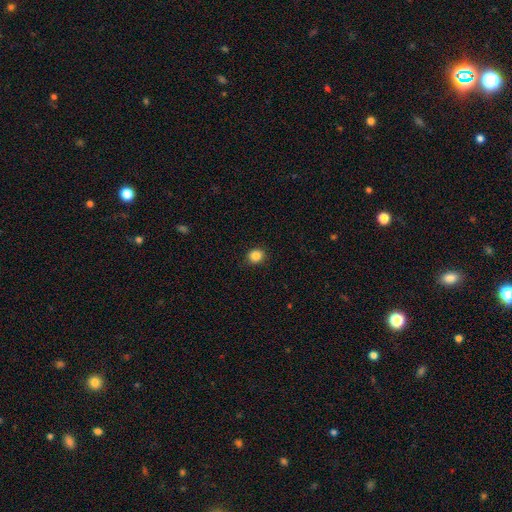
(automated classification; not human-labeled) smooth-or-featured: smooth: 86% | star or artifact: 10% | featured or disk: 3%
  how-rounded: round: 80% | in between: 19% | cigar-shaped: 1%
  merging: none: 90% | minor disturbance: 7% | major disturbance: 2% | merger: 1%